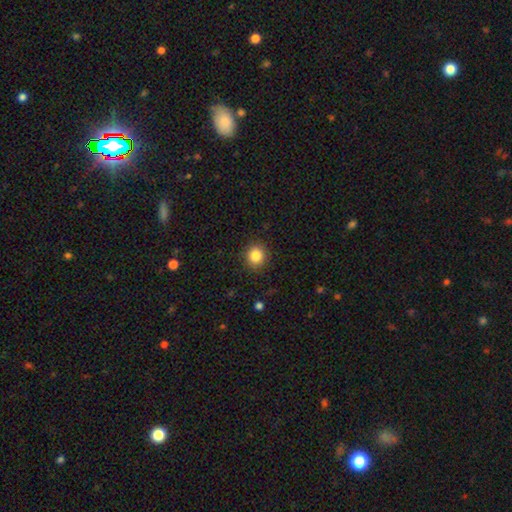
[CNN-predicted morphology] The model was most divided on "smooth or featured": smooth: 84%, star or artifact: 11%, featured or disk: 5%. More confident: how rounded — round (89%); merging — none (89%).